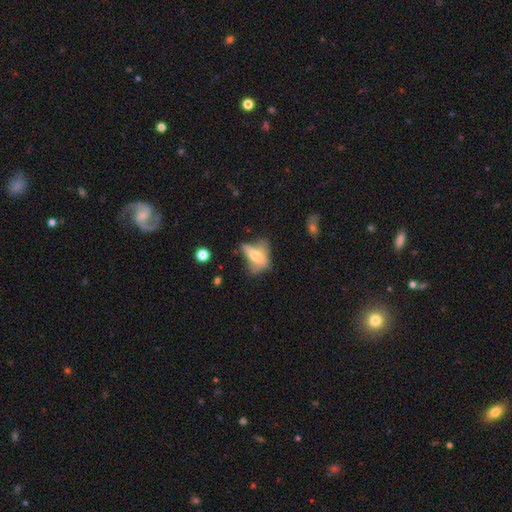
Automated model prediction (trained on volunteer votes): Smooth or featured? smooth (50%)
Merging? none (32%, tied with major disturbance)